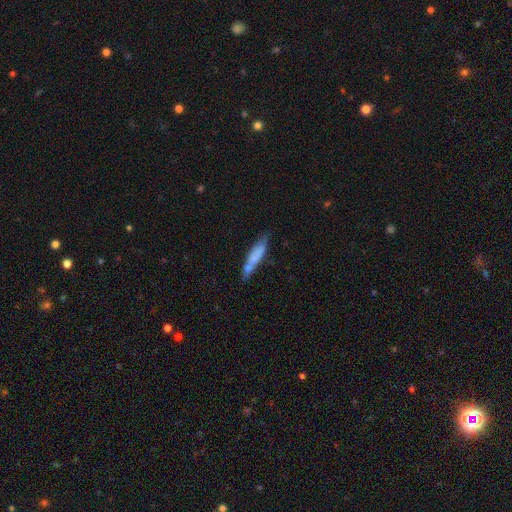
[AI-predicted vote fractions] Q: Smooth or featured?
A: smooth (69%); runner-up: featured or disk (24%)
Q: How rounded?
A: cigar-shaped (78%); runner-up: in between (21%)
Q: Merging?
A: none (51%); runner-up: merger (21%)